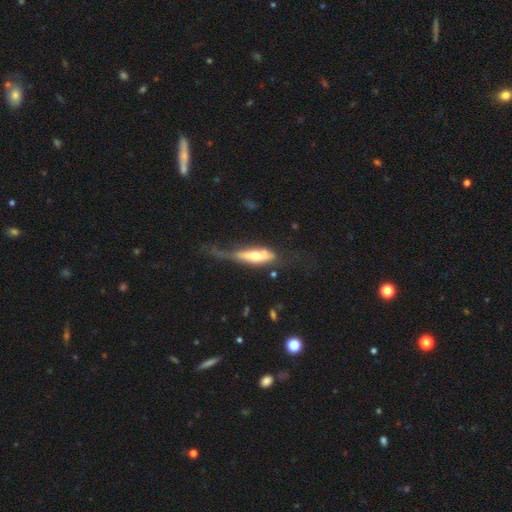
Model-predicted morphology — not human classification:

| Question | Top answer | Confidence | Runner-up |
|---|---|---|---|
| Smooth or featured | featured or disk | 48% | smooth (46%) |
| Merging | major disturbance | 44% | minor disturbance (26%) |